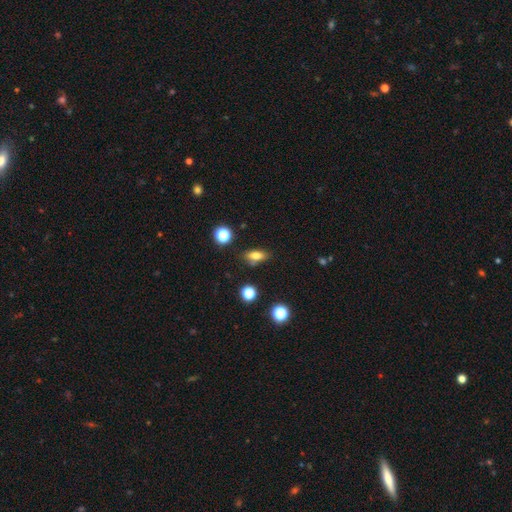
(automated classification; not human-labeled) This appears to be a smooth galaxy with no disk features (73%) that is in between round and cigar-shaped (74%). Merging: none (75%).